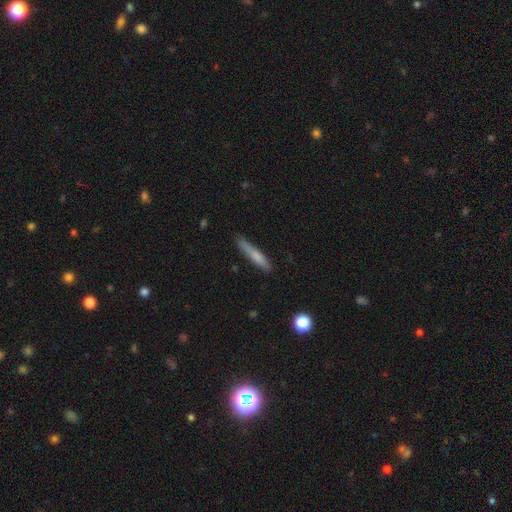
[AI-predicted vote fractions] Morphology: type=smooth (72%); roundness=cigar-shaped (92%); merging=none (78%).